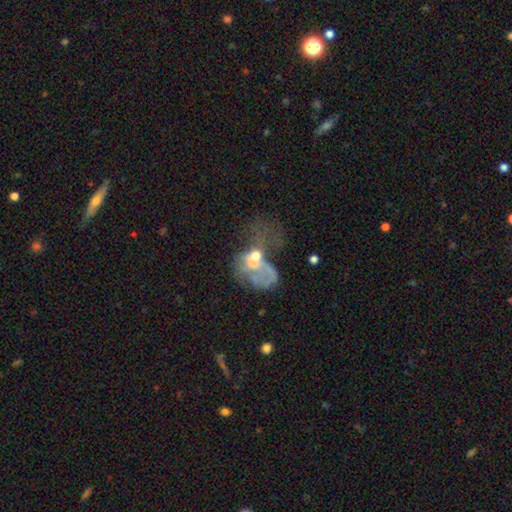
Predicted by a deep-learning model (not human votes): Smooth or featured? featured or disk (54%)
Edge-on disk? no (97%)
Bar? no (85%)
Spiral arms? no (78%)
Bulge size? moderate (47%)
Merging? major disturbance (42%)